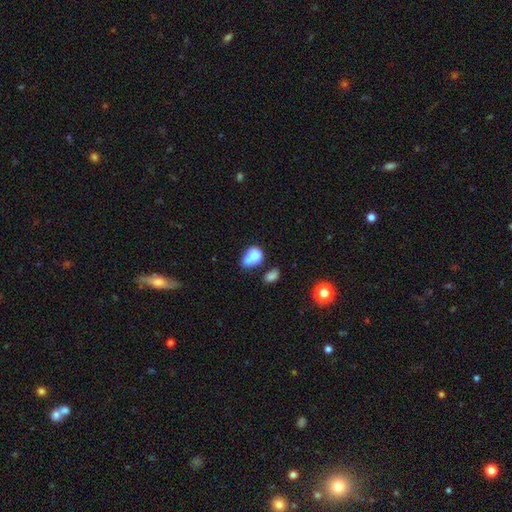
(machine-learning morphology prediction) A smooth galaxy with no disk features (72%) that is in between round and cigar-shaped (61%). Merging: merger (56%).